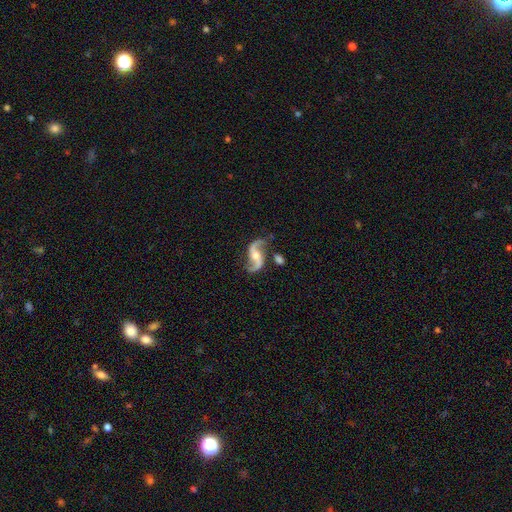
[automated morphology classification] Overall: featured or disk (91%). Edge-on disk: no (97%). Bar: no (45%; weak 35%). Spiral arms: yes (97%). Spiral arm count: 2 (94%). Spiral winding: loose (71%). Bulge size: moderate (60%; small 31%). Merging: none (73%).